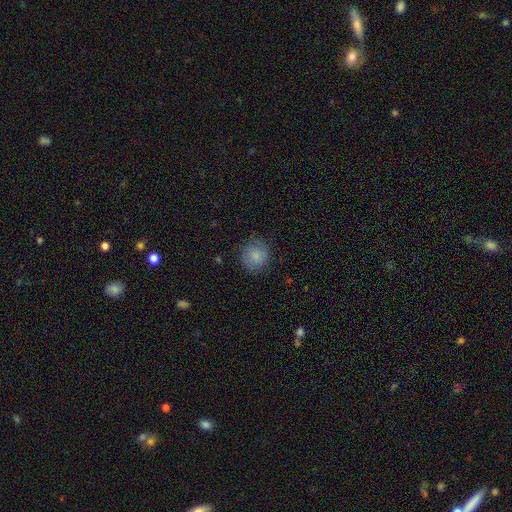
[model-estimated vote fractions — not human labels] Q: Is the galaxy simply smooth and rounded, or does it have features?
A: smooth — 86%.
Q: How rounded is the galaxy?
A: round — 89%.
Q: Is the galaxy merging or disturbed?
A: none — 81%.